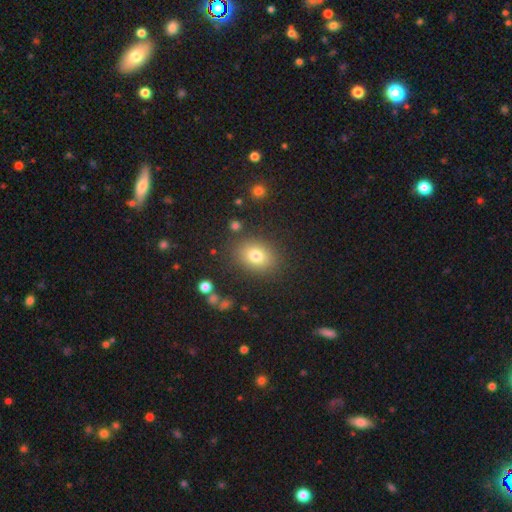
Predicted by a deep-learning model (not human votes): Smooth or featured? smooth (78%)
How rounded? in between (58%)
Merging? none (84%)